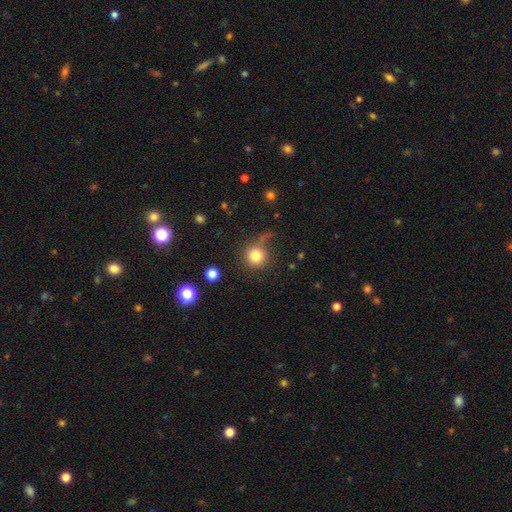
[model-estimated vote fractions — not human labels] Smooth or featured: smooth — 80% (star or artifact — 11%)
How rounded: round — 92% (in between — 7%)
Merging: none — 62% (minor disturbance — 17%)